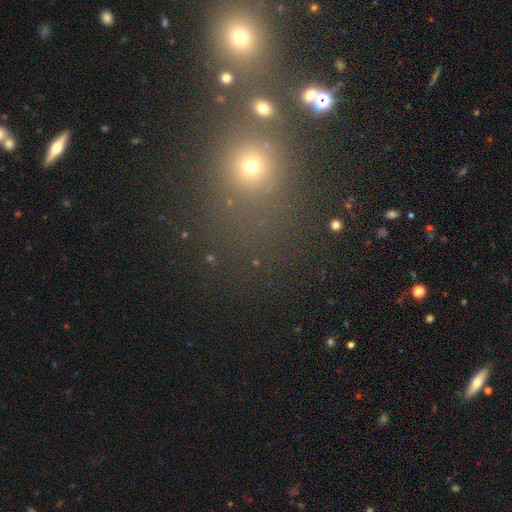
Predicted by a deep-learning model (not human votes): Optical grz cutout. It shows a star or artifact, not a galaxy (48%).